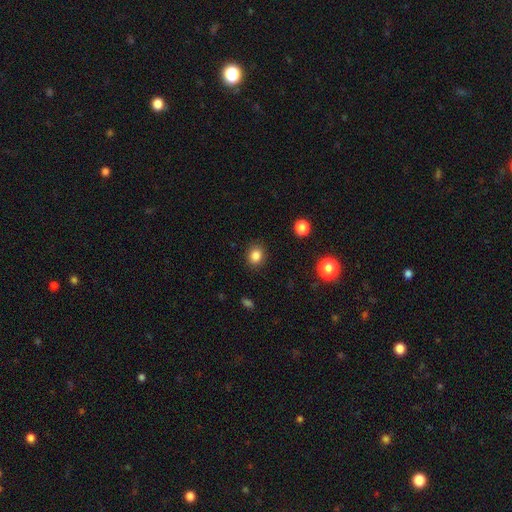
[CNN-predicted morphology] This appears to be a smooth galaxy with no disk features (84%) that is round (63%). Merging: none (88%).